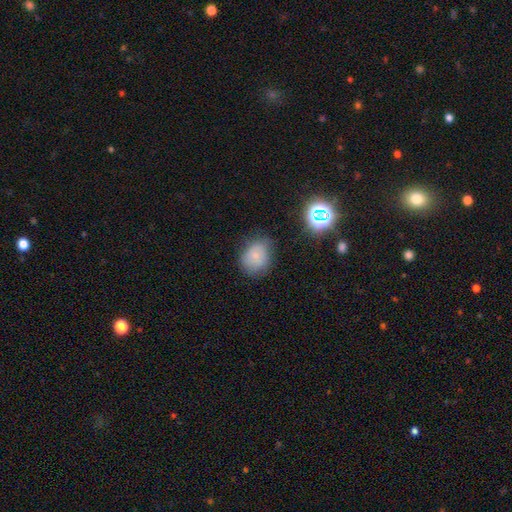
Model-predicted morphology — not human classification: smooth_or_featured: smooth (p=0.76) [alt: star or artifact p=0.13]
how_rounded: round (p=0.54) [alt: in between p=0.45]
merging: none (p=0.66) [alt: minor disturbance p=0.24]